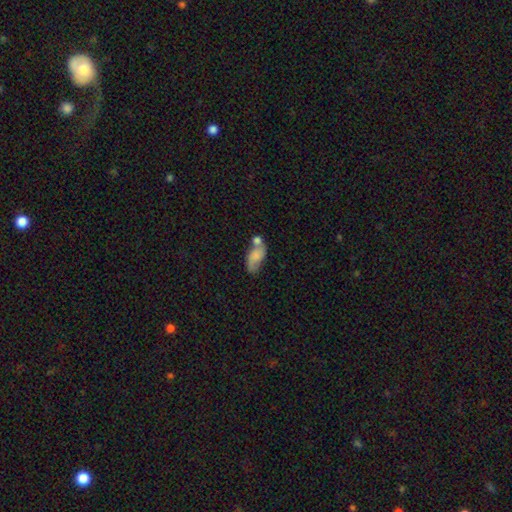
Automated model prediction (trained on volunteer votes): Smooth or featured?
  - smooth: 65% *
  - featured or disk: 27%
  - star or artifact: 9%
How rounded?
  - in between: 87% *
  - cigar-shaped: 7%
  - round: 6%
Merging?
  - merger: 42% *
  - none: 29%
  - minor disturbance: 18%
  - major disturbance: 11%